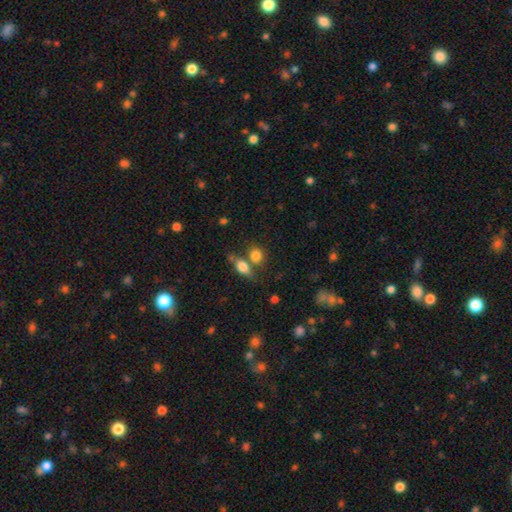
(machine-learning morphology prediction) A smooth galaxy with no disk features (81%) that is in between round and cigar-shaped (49%). Merging: none (50%).